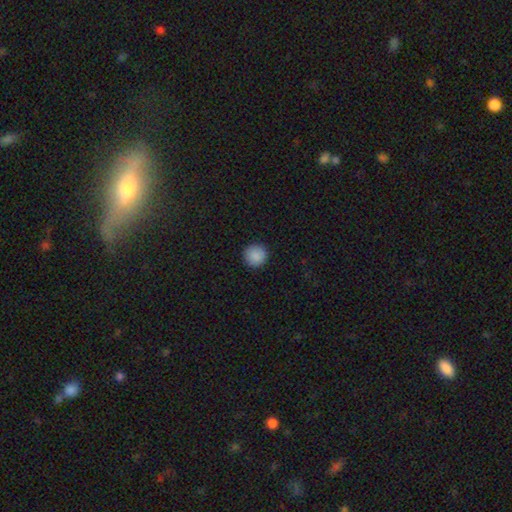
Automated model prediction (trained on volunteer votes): Smooth or featured: smooth — 89% (star or artifact — 8%)
How rounded: round — 96% (in between — 3%)
Merging: none — 93% (minor disturbance — 5%)